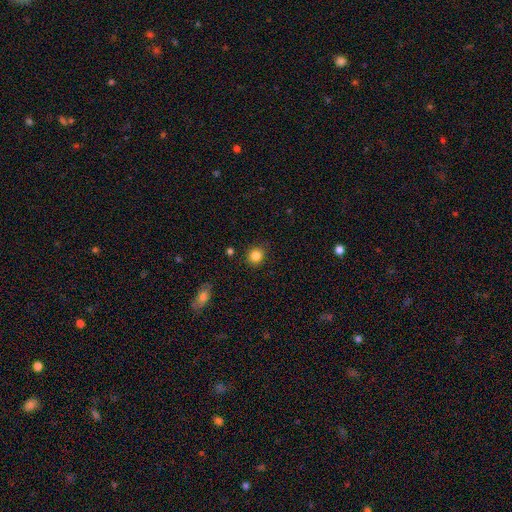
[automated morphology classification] A smooth galaxy with no disk features (83%) that is round (88%). Merging: none (88%).